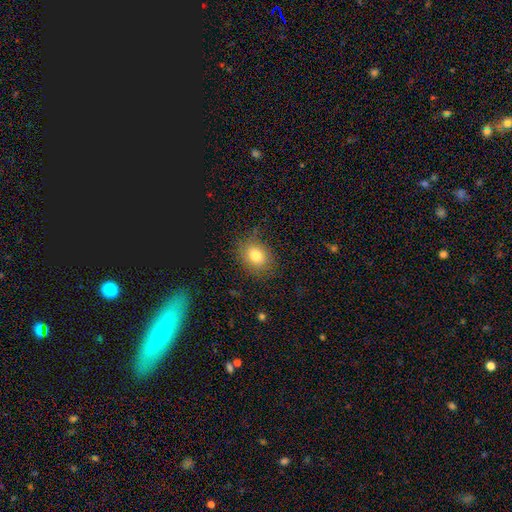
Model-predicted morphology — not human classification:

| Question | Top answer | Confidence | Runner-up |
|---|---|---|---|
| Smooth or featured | smooth | 79% | star or artifact (12%) |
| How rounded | round | 56% | in between (43%) |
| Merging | none | 78% | minor disturbance (16%) |